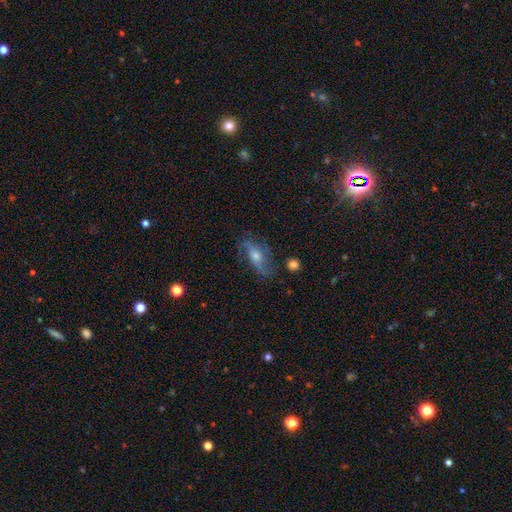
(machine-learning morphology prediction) featured or disk 68%, smooth 21%, star or artifact 11%. Down the decision tree: edge-on disk — no (84%); bar — no (55%); spiral arms — yes (86%); bulge size — moderate (59%); merging — none (67%).